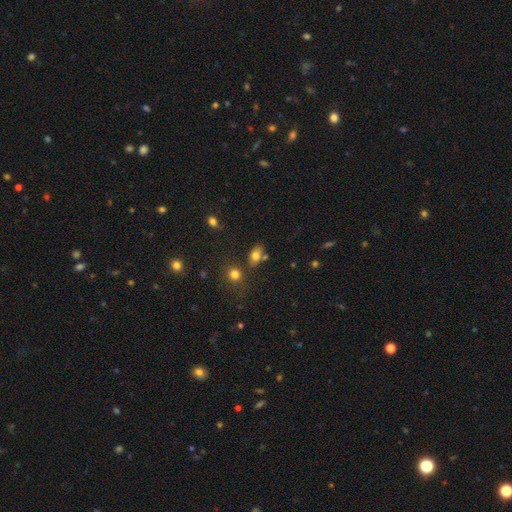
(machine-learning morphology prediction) Smooth or featured? smooth (76%)
How rounded? in between (81%)
Merging? none (63%)